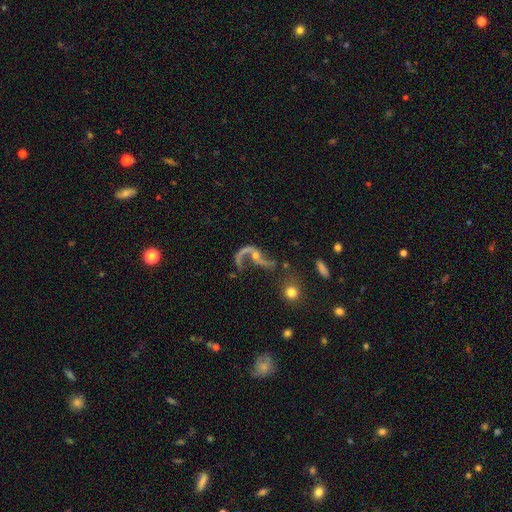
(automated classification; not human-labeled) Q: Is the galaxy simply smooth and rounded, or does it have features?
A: featured or disk — 85%.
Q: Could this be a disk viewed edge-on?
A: no — 95%.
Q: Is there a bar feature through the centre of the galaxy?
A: no — 60%.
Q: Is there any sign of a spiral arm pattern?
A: yes — 91%.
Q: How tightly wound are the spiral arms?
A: loose — 86%.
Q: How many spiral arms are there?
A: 2 — 77%.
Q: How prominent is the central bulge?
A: small — 58%.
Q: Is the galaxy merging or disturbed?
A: none — 42%.